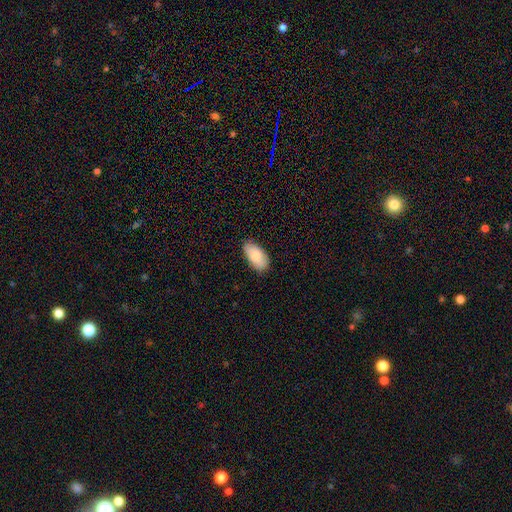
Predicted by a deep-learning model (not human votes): smooth_or_featured: smooth (p=0.84) [alt: featured or disk p=0.10]
how_rounded: in between (p=0.94) [alt: cigar-shaped p=0.03]
merging: none (p=0.80) [alt: minor disturbance p=0.16]